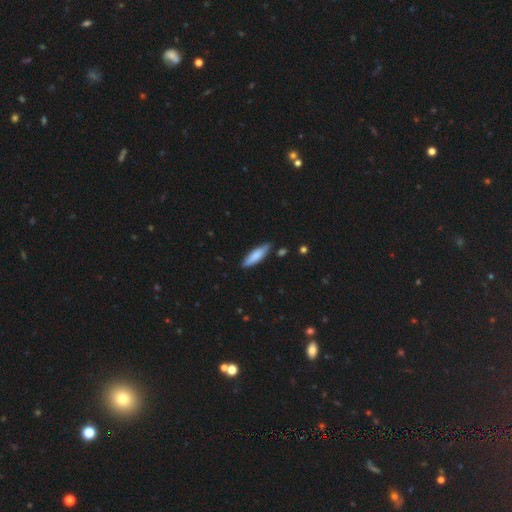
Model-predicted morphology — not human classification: A smooth galaxy with no disk features (76%) that is cigar-shaped (68%).

Vote fractions:
- Smooth or featured? smooth: 76% / featured or disk: 19% / star or artifact: 6%
- How rounded? cigar-shaped: 68% / in between: 30% / round: 2%
- Merging? none: 82% / minor disturbance: 13% / major disturbance: 2% / merger: 2%